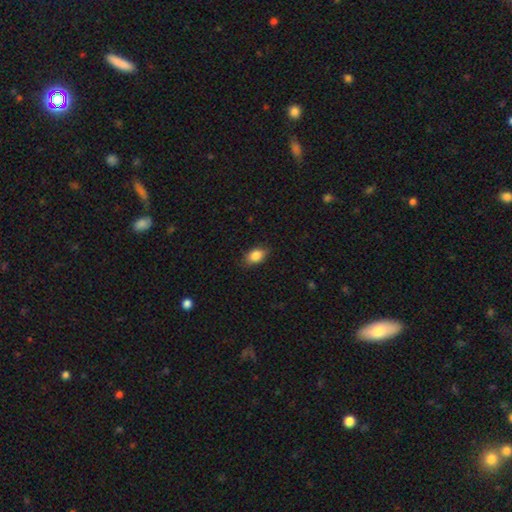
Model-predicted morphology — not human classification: Smooth or featured? smooth (86%)
How rounded? in between (84%)
Merging? none (84%)